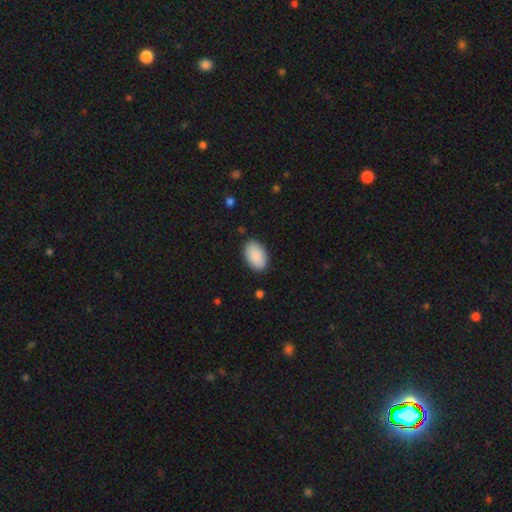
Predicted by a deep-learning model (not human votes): Overall: smooth (91%). How rounded: in between (94%). Merging: none (87%).